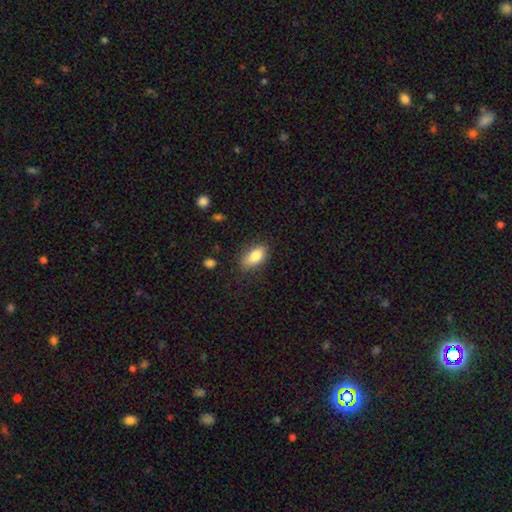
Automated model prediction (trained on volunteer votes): This appears to be a smooth galaxy with no disk features (81%) that is in between round and cigar-shaped (87%). Merging: none (75%).